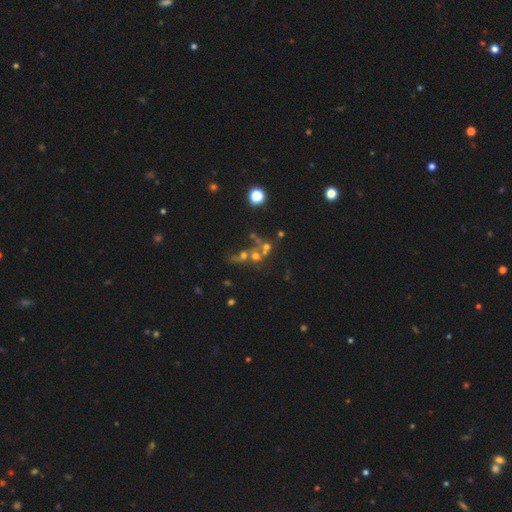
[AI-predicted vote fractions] Overall: smooth (34%; star or artifact 33%). Merging: merger (45%; none 34%).